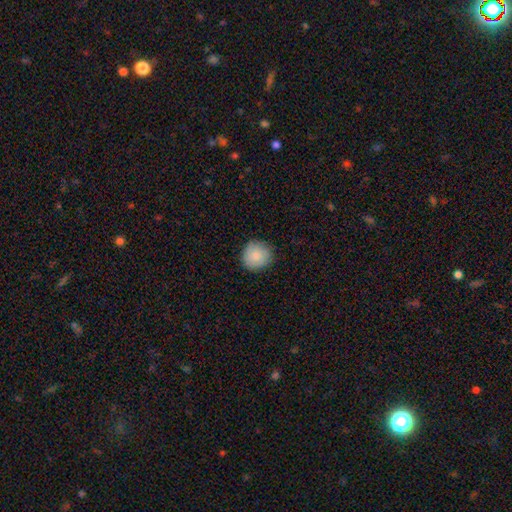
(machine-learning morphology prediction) A smooth galaxy with no disk features (86%) that is round (91%). Merging: none (86%).